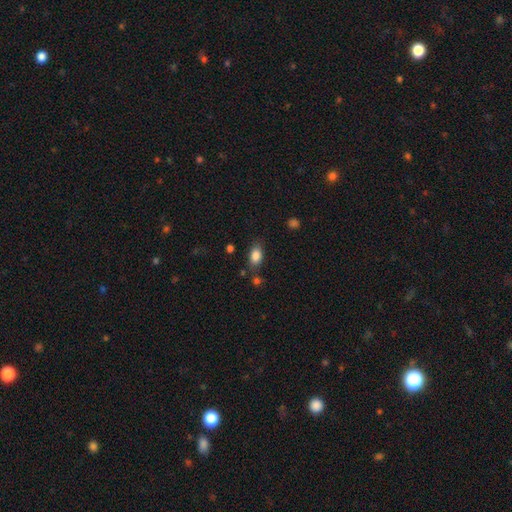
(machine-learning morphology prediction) A smooth galaxy with no disk features (85%) that is in between round and cigar-shaped (87%). Merging: none (74%).